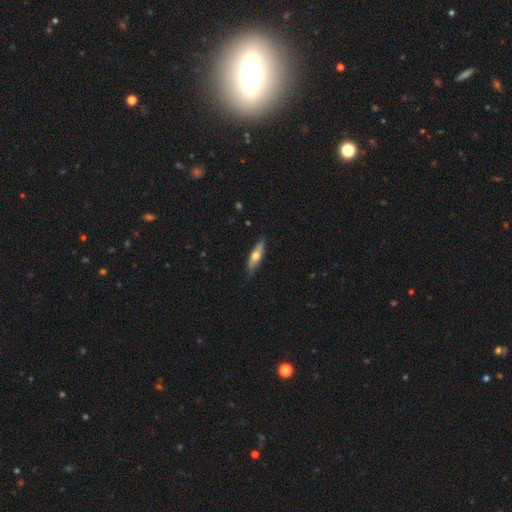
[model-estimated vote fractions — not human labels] Morphology: type=smooth (53%); roundness=cigar-shaped (60%); merging=none (82%).